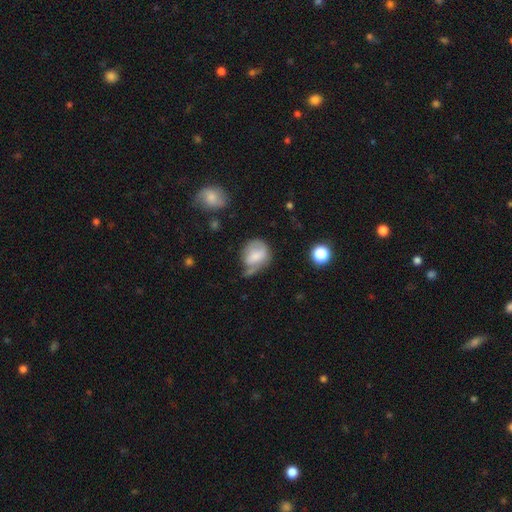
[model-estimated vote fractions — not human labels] Smooth or featured? Predicted: smooth (p=0.64). How rounded? Predicted: round (p=0.55). Merging? Predicted: none (p=0.34).